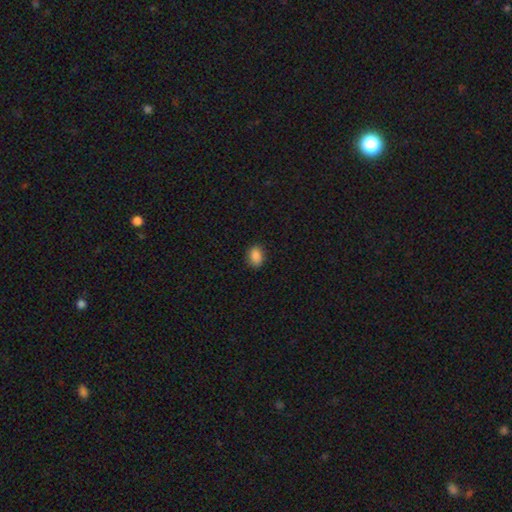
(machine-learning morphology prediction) Q: Smooth or featured?
A: smooth (88%); runner-up: star or artifact (9%)
Q: How rounded?
A: in between (74%); runner-up: round (24%)
Q: Merging?
A: none (87%); runner-up: minor disturbance (10%)